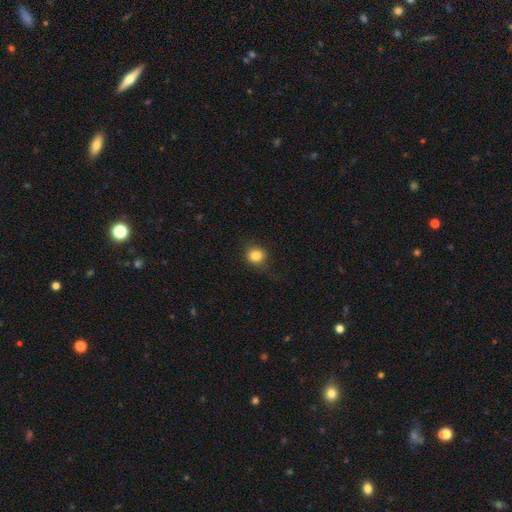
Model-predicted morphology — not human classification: A smooth galaxy with no disk features (83%) that is round (88%).

Vote fractions:
- Smooth or featured? smooth: 83% / star or artifact: 11% / featured or disk: 6%
- How rounded? round: 88% / in between: 11% / cigar-shaped: 1%
- Merging? none: 84% / minor disturbance: 11% / major disturbance: 3% / merger: 1%